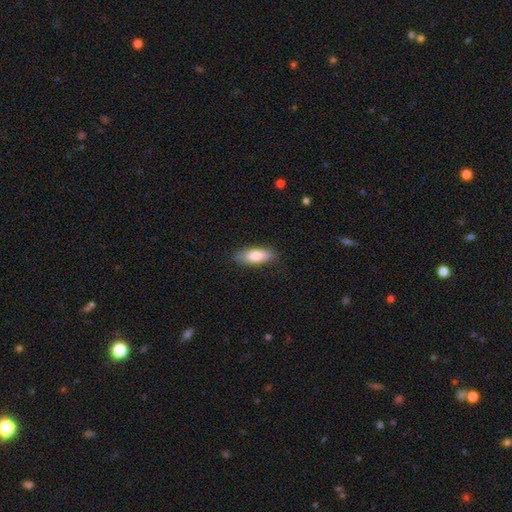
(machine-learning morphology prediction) The model was most divided on "how rounded": in between: 74%, cigar-shaped: 24%, round: 2%. More confident: merging — none (85%); smooth or featured — smooth (81%).